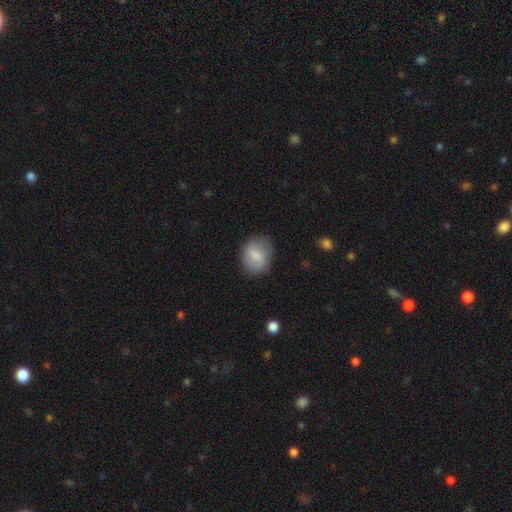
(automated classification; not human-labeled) smooth 73%, featured or disk 20%, star or artifact 7%. Down the decision tree: how rounded — round (52%); merging — none (76%).